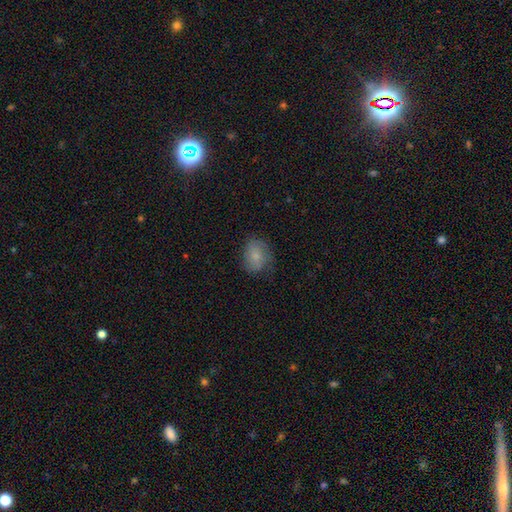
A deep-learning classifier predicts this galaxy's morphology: Q: Smooth or featured?
A: smooth (74%); runner-up: featured or disk (17%)
Q: How rounded?
A: in between (53%); runner-up: round (46%)
Q: Merging?
A: none (69%); runner-up: minor disturbance (22%)